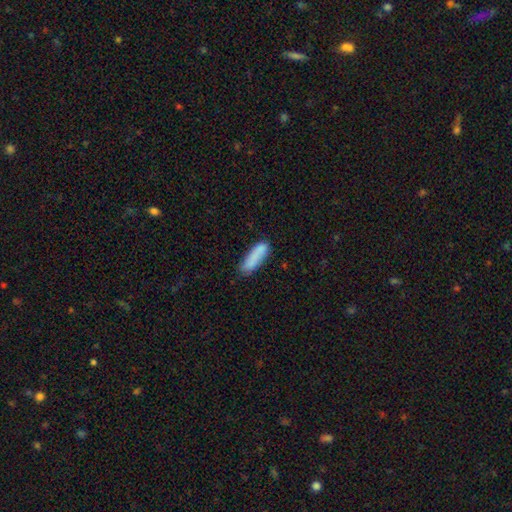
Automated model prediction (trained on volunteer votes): A smooth galaxy with no disk features (83%) that is cigar-shaped (61%). Merging: none (70%).